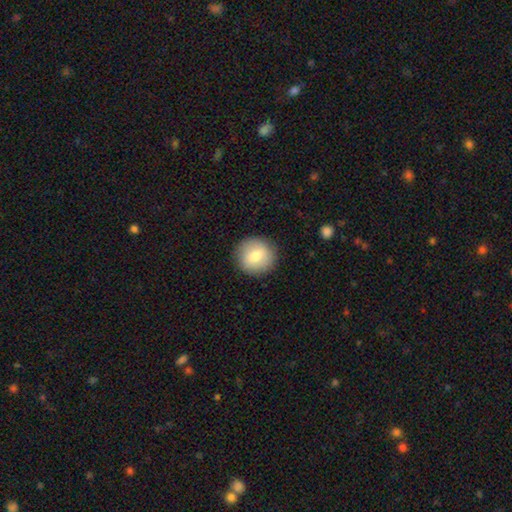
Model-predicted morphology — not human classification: smooth 75%, featured or disk 17%, star or artifact 8%. Down the decision tree: how rounded — round (92%); merging — none (89%).